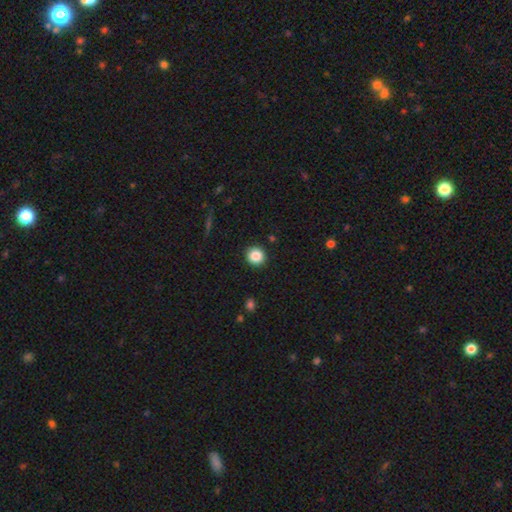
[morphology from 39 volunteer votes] This appears to be a smooth galaxy with no disk features (97%) that is round (89%). Merging: none (84%).